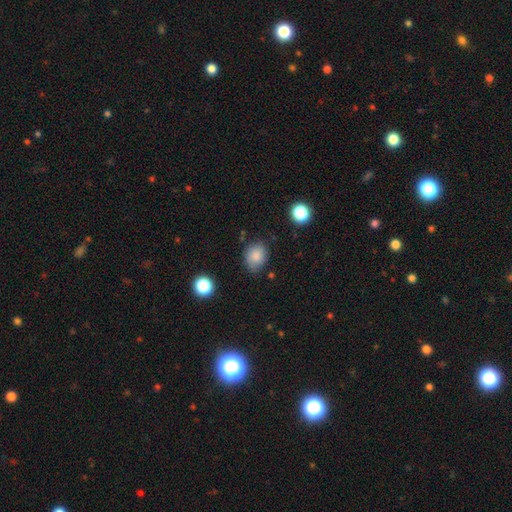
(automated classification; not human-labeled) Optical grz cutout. It shows a smooth galaxy with no disk features (85%) that is in between round and cigar-shaped (55%). Merging: none (75%).